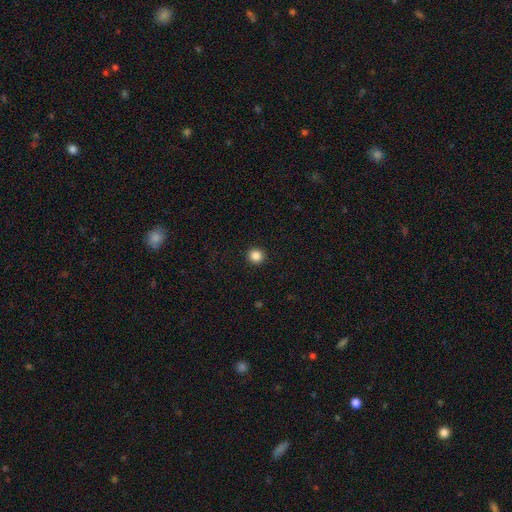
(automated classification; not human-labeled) Smooth or featured?
  - smooth: 86% *
  - star or artifact: 11%
  - featured or disk: 3%
How rounded?
  - round: 94% *
  - in between: 5%
  - cigar-shaped: 1%
Merging?
  - none: 93% *
  - minor disturbance: 4%
  - major disturbance: 2%
  - merger: 1%